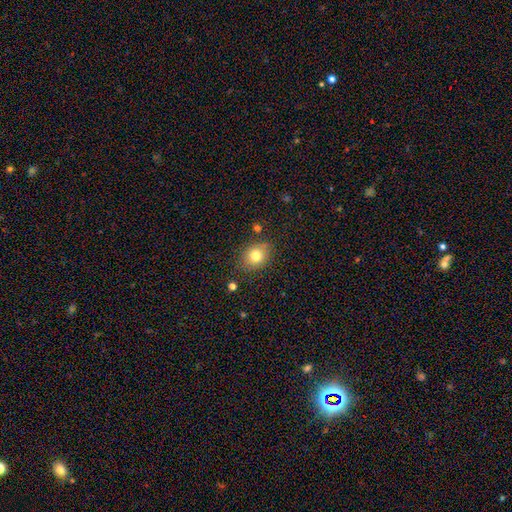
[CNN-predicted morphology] A smooth galaxy with no disk features (78%) that is round (57%).

Vote fractions:
- Smooth or featured? smooth: 78% / star or artifact: 11% / featured or disk: 11%
- How rounded? round: 57% / in between: 42% / cigar-shaped: 1%
- Merging? none: 81% / minor disturbance: 13% / major disturbance: 3% / merger: 3%